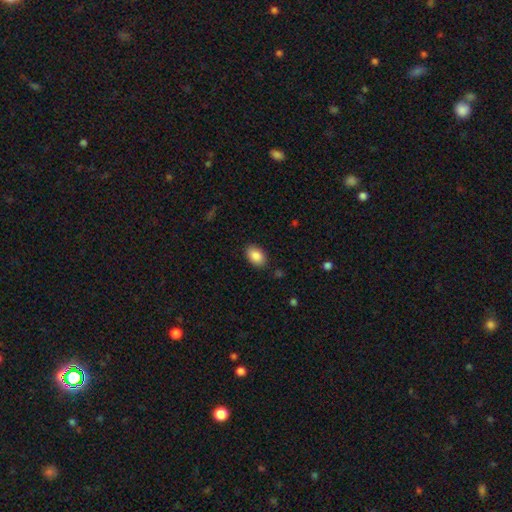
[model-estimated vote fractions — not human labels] Smooth or featured: smooth — 88% (star or artifact — 7%)
How rounded: in between — 88% (round — 11%)
Merging: none — 87% (minor disturbance — 9%)